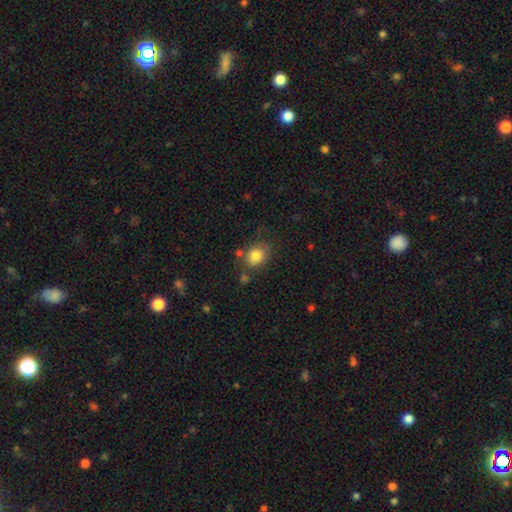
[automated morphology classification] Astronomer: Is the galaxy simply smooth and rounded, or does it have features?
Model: smooth — 82%.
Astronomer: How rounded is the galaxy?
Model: round — 52% (runner-up: in between, 47%).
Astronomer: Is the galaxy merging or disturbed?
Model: none — 72%.